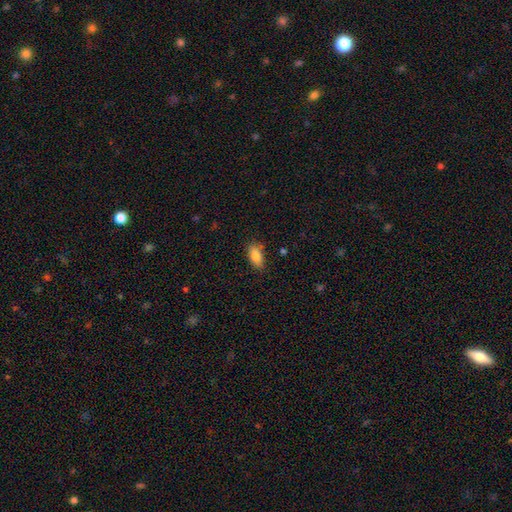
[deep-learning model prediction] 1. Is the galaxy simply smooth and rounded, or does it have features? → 84% smooth, 8% featured or disk, 8% star or artifact.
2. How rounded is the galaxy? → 88% in between, 8% cigar-shaped, 3% round.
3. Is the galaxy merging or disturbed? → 81% none, 14% minor disturbance, 3% major disturbance, 2% merger.